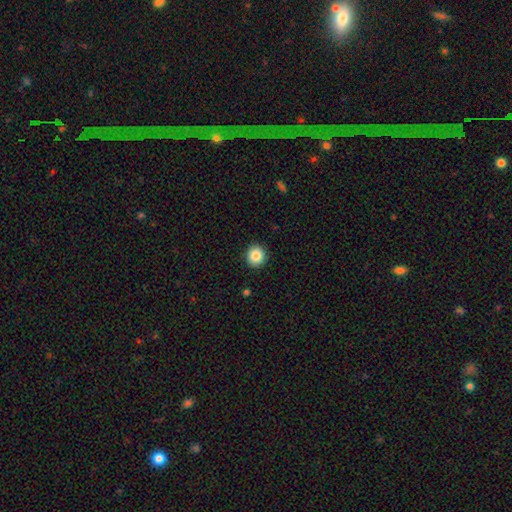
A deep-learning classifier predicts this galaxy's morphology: The model was most divided on "smooth or featured": smooth: 87%, star or artifact: 9%, featured or disk: 4%. More confident: merging — none (92%); how rounded — round (91%).